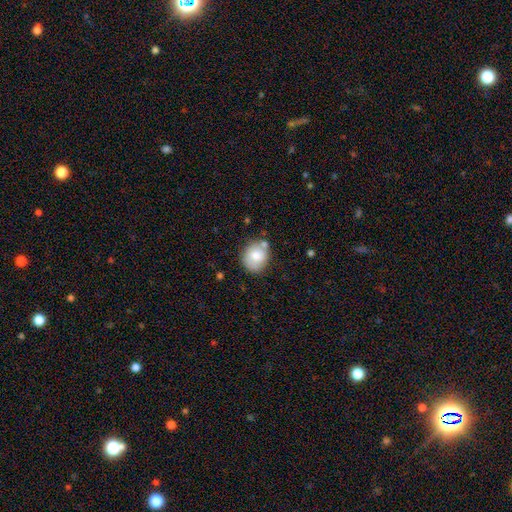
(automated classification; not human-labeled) A smooth galaxy with no disk features (76%) that is round (72%).

Vote fractions:
- Smooth or featured? smooth: 76% / featured or disk: 16% / star or artifact: 8%
- How rounded? round: 72% / in between: 27% / cigar-shaped: 1%
- Merging? none: 69% / minor disturbance: 18% / merger: 10% / major disturbance: 4%